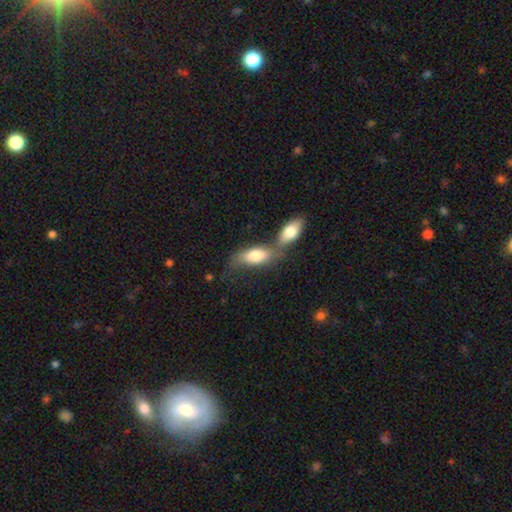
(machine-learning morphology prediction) Q: Smooth or featured?
A: smooth (75%); runner-up: featured or disk (19%)
Q: How rounded?
A: in between (85%); runner-up: cigar-shaped (12%)
Q: Merging?
A: merger (56%); runner-up: none (27%)